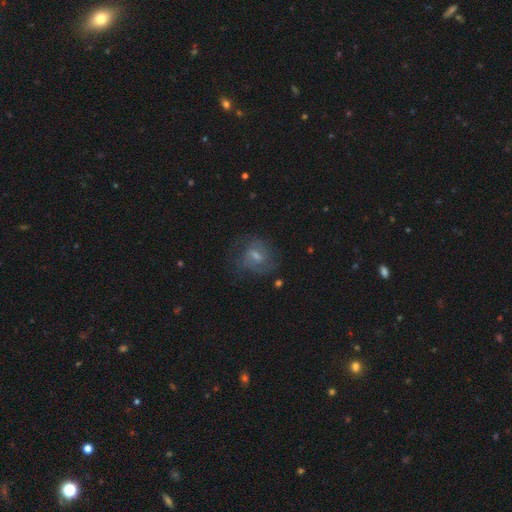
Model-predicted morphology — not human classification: type=featured or disk (52%); edge-on=no (96%); merging=none (68%).